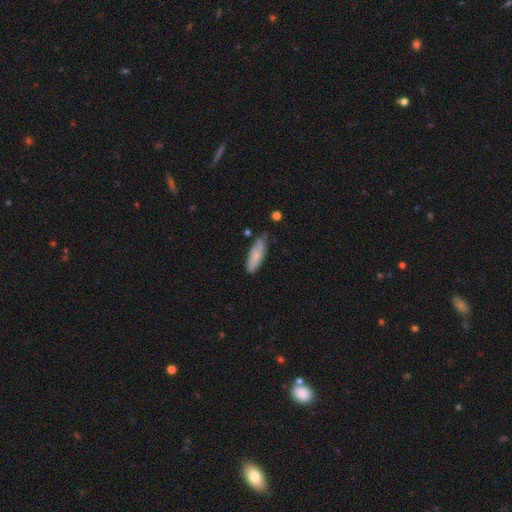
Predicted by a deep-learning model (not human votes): Q: Smooth or featured?
A: smooth (73%); runner-up: featured or disk (20%)
Q: How rounded?
A: in between (54%); runner-up: cigar-shaped (44%)
Q: Merging?
A: none (68%); runner-up: minor disturbance (25%)